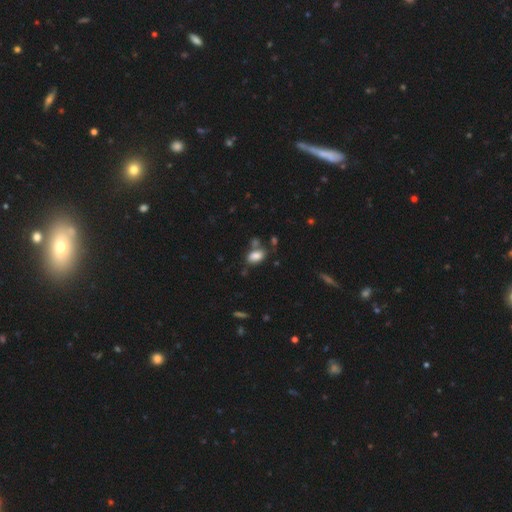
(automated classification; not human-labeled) Overall: smooth (84%). How rounded: in between (91%). Merging: none (64%).